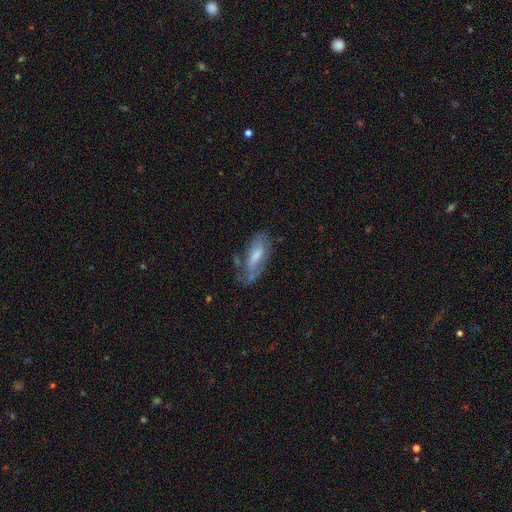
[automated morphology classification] smooth 50%, featured or disk 42%, star or artifact 8%. Down the decision tree: merging — none (49%).